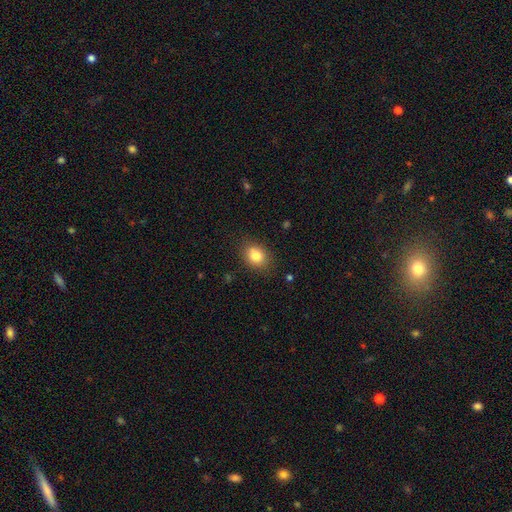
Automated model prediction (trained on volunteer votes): Q: Smooth or featured?
A: smooth (81%); runner-up: star or artifact (10%)
Q: How rounded?
A: in between (57%); runner-up: round (42%)
Q: Merging?
A: none (81%); runner-up: minor disturbance (14%)